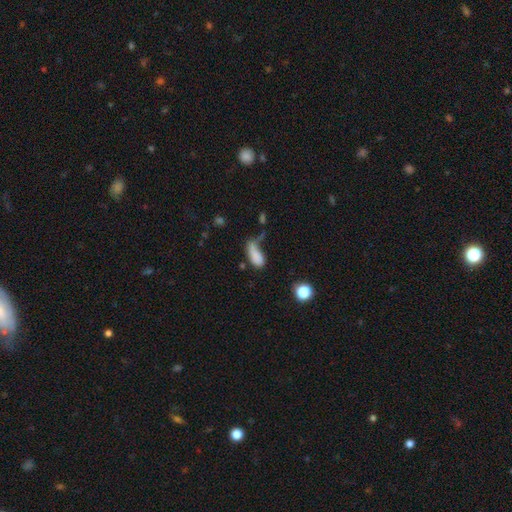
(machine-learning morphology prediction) The model was most divided on "merging": major disturbance: 34%, none: 28%, minor disturbance: 22%, merger: 16%. More confident: how rounded — in between (82%); smooth or featured — smooth (75%).